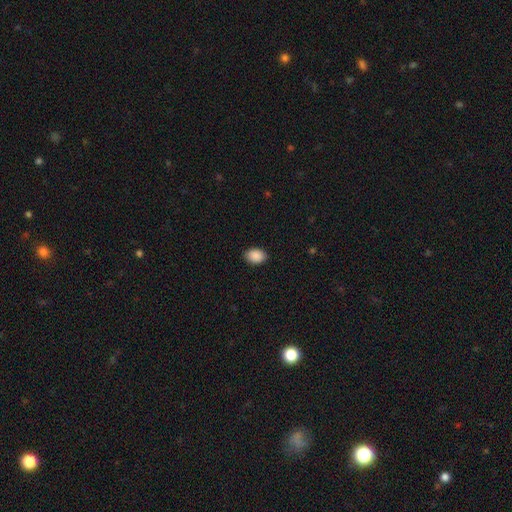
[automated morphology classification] Smooth or featured?
  - smooth: 90% *
  - star or artifact: 7%
  - featured or disk: 3%
How rounded?
  - in between: 80% *
  - round: 19%
  - cigar-shaped: 1%
Merging?
  - none: 88% *
  - minor disturbance: 9%
  - major disturbance: 2%
  - merger: 1%